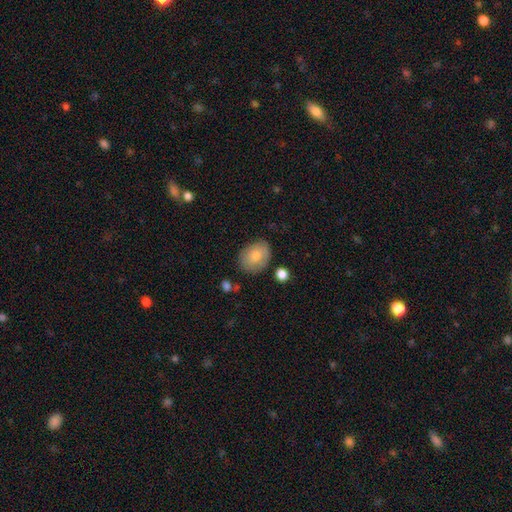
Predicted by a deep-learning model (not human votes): A smooth galaxy with no disk features (76%) that is in between round and cigar-shaped (62%). Merging: none (71%).